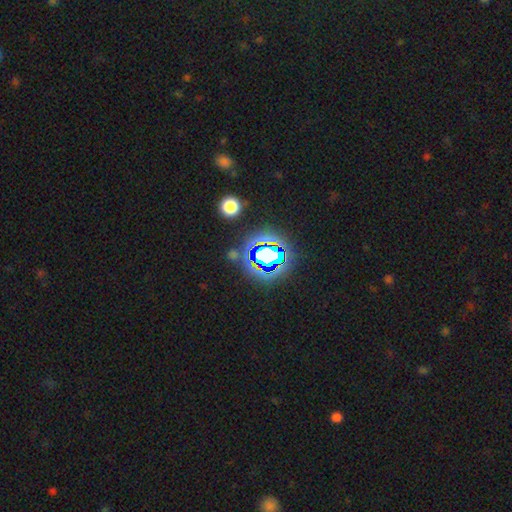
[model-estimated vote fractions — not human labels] Smooth or featured? star or artifact (83%)